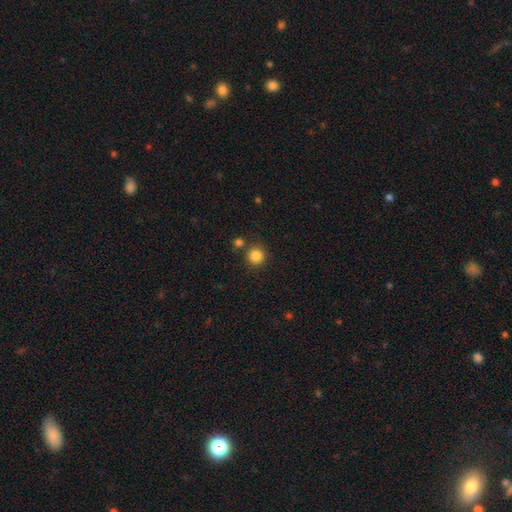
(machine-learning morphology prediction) The model was most divided on "smooth or featured": smooth: 84%, star or artifact: 11%, featured or disk: 4%. More confident: how rounded — round (93%); merging — none (82%).